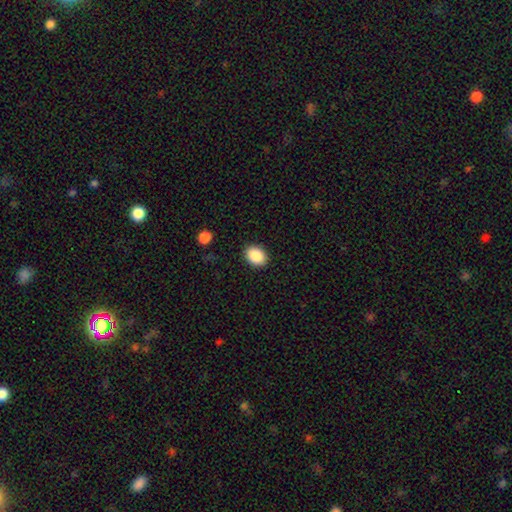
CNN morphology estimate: Q: Smooth or featured?
A: smooth (89%); runner-up: star or artifact (8%)
Q: How rounded?
A: in between (69%); runner-up: round (30%)
Q: Merging?
A: none (89%); runner-up: minor disturbance (7%)